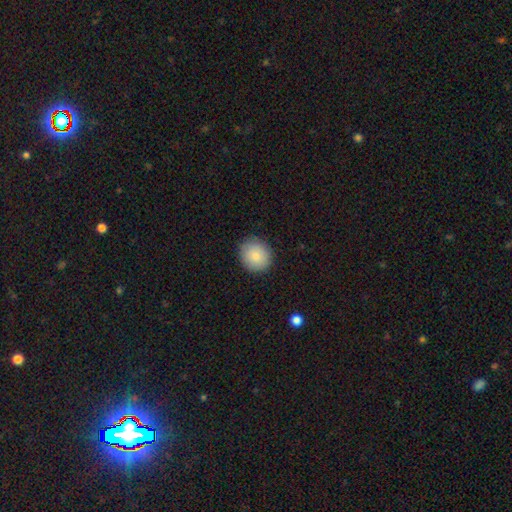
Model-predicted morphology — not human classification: Smooth or featured? smooth (85%)
How rounded? round (80%)
Merging? none (88%)